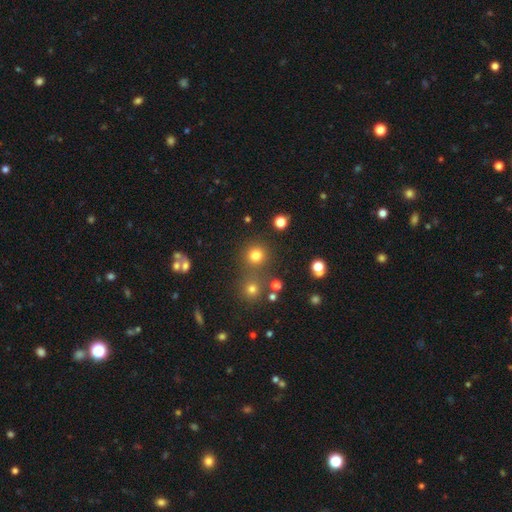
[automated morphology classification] Q: Smooth or featured?
A: smooth (78%); runner-up: star or artifact (17%)
Q: How rounded?
A: round (92%); runner-up: in between (7%)
Q: Merging?
A: none (75%); runner-up: merger (14%)